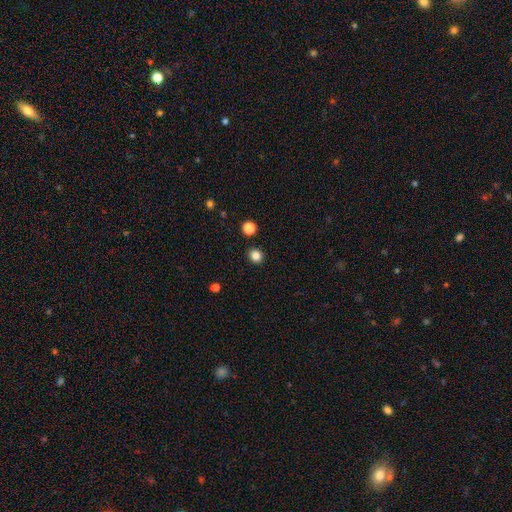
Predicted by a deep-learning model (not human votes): smooth-or-featured: smooth: 84% | star or artifact: 12% | featured or disk: 4%
  how-rounded: round: 78% | in between: 21% | cigar-shaped: 1%
  merging: none: 91% | minor disturbance: 6% | merger: 2% | major disturbance: 2%